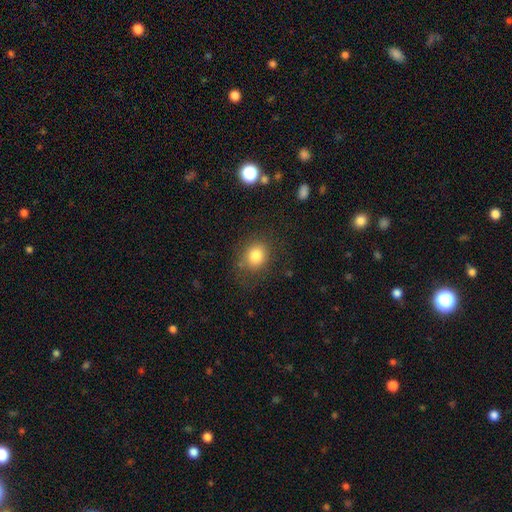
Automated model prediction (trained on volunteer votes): Smooth or featured?
  - smooth: 82% *
  - star or artifact: 11%
  - featured or disk: 7%
How rounded?
  - round: 69% *
  - in between: 30%
  - cigar-shaped: 1%
Merging?
  - none: 78% *
  - minor disturbance: 14%
  - major disturbance: 6%
  - merger: 2%